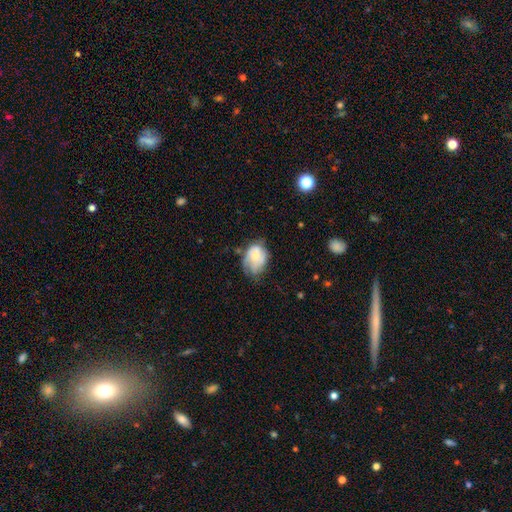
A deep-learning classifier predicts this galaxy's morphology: A smooth galaxy with no disk features (49%). Merging: none (42%).